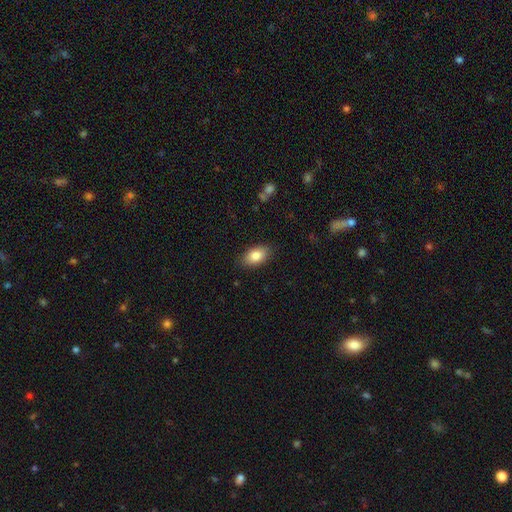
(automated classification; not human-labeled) Smooth or featured?
  - smooth: 83% *
  - featured or disk: 9%
  - star or artifact: 7%
How rounded?
  - in between: 91% *
  - round: 7%
  - cigar-shaped: 2%
Merging?
  - none: 87% *
  - minor disturbance: 10%
  - major disturbance: 2%
  - merger: 1%